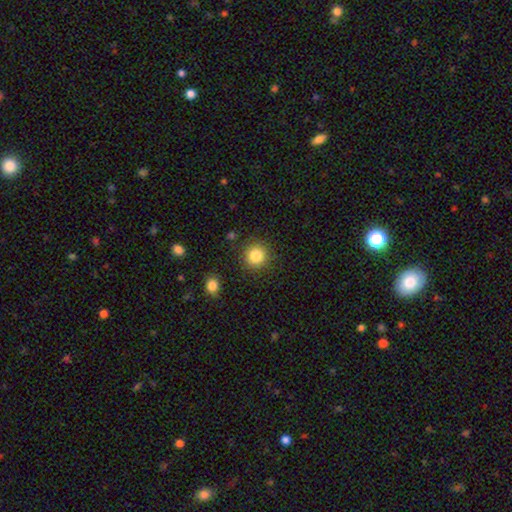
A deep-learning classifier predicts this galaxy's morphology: smooth 84%, star or artifact 10%, featured or disk 5%. Down the decision tree: how rounded — round (93%); merging — none (88%).